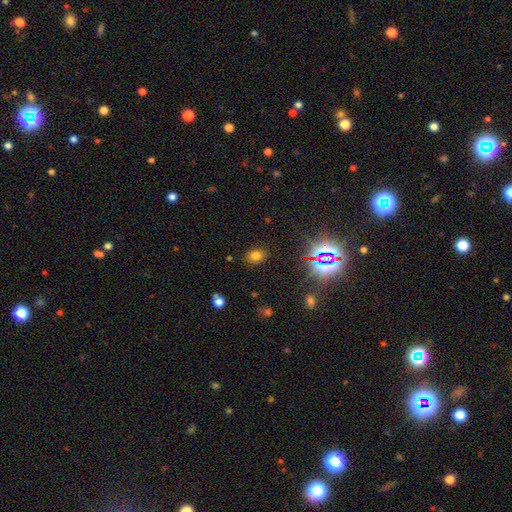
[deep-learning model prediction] A smooth galaxy with no disk features (71%) that is in between round and cigar-shaped (58%).

Vote fractions:
- Smooth or featured? smooth: 71% / star or artifact: 21% / featured or disk: 7%
- How rounded? in between: 58% / round: 40% / cigar-shaped: 1%
- Merging? none: 86% / minor disturbance: 9% / major disturbance: 3% / merger: 2%